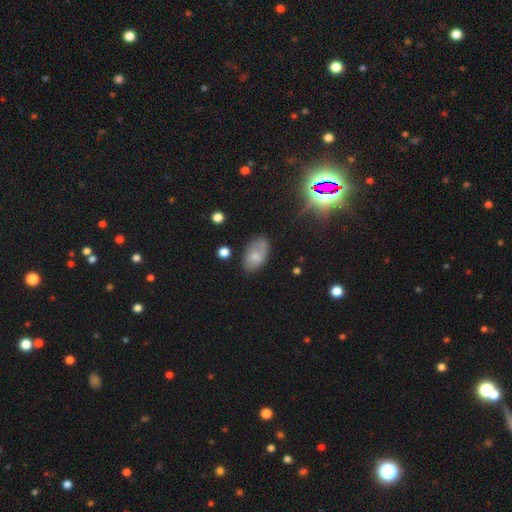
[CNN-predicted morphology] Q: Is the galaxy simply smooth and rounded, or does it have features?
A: smooth — 74%.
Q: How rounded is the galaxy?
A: in between — 93%.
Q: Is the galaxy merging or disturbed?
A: none — 67%.